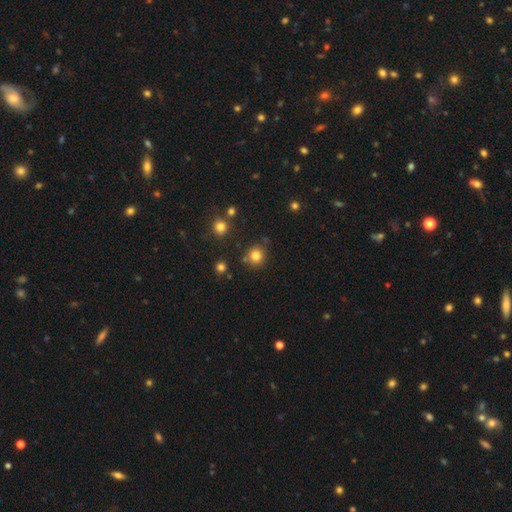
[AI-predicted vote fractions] Morphology: type=smooth (82%); roundness=round (91%); merging=none (81%).